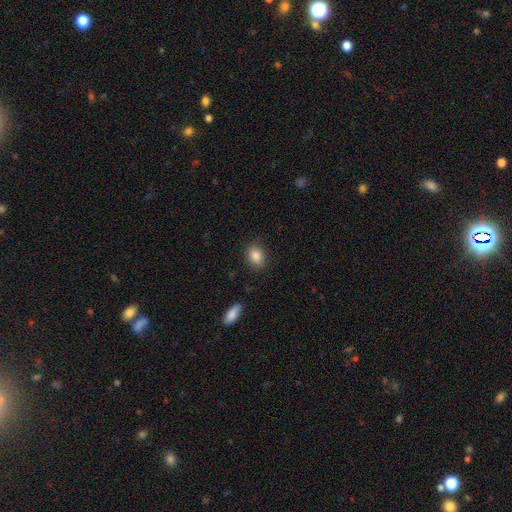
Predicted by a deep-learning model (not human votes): Smooth or featured?
  - smooth: 86% *
  - star or artifact: 9%
  - featured or disk: 6%
How rounded?
  - in between: 58% *
  - round: 41%
  - cigar-shaped: 1%
Merging?
  - none: 83% *
  - minor disturbance: 12%
  - major disturbance: 3%
  - merger: 1%